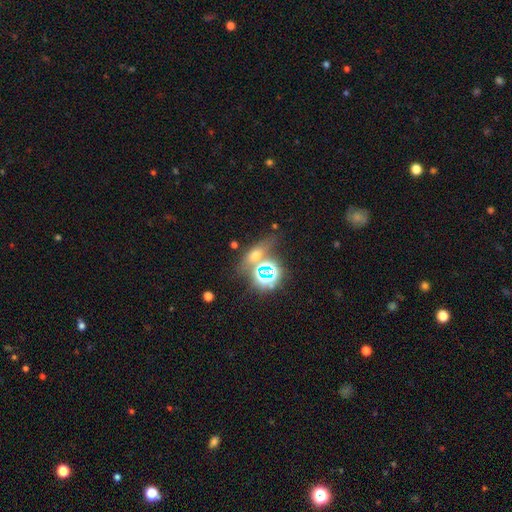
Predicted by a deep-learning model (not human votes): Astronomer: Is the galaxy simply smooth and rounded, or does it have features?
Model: star or artifact — 42% (runner-up: smooth, 40%).